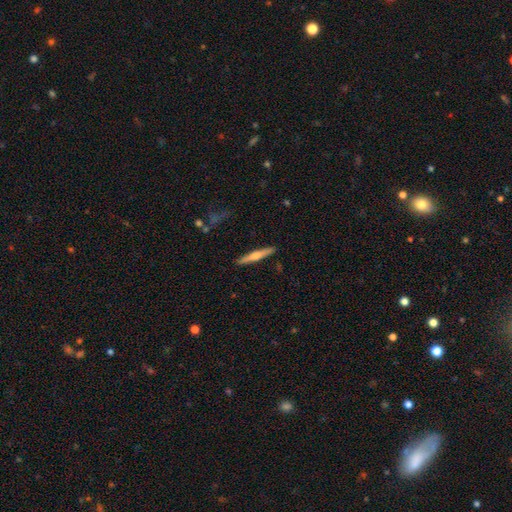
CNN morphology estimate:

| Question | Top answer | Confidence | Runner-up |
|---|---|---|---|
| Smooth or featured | smooth | 48% | featured or disk (47%) |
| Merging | none | 90% | minor disturbance (7%) |